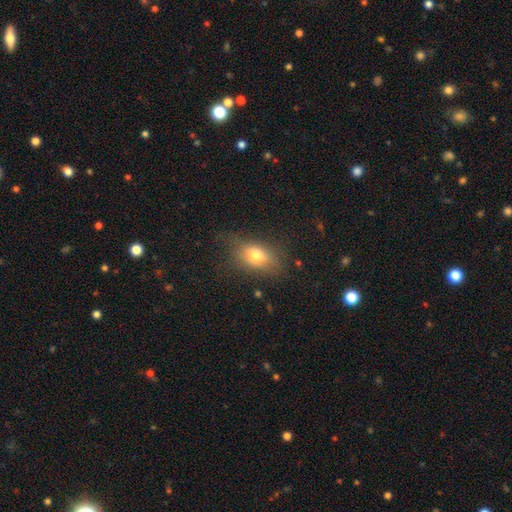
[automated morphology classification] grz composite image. It shows a smooth galaxy with no disk features (75%) that is in between round and cigar-shaped (75%). Merging: none (69%).